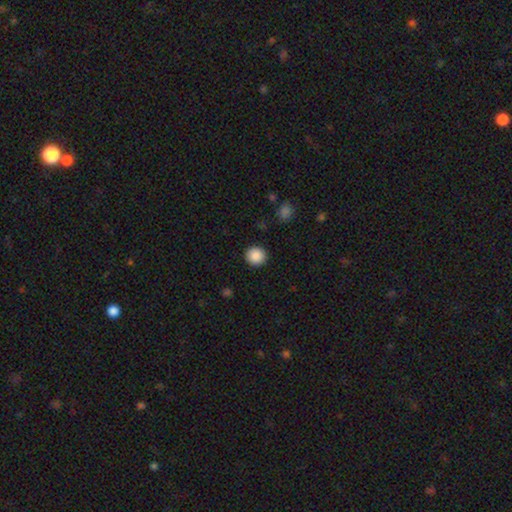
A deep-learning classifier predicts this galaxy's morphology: Overall: smooth (89%). How rounded: round (93%). Merging: none (92%).